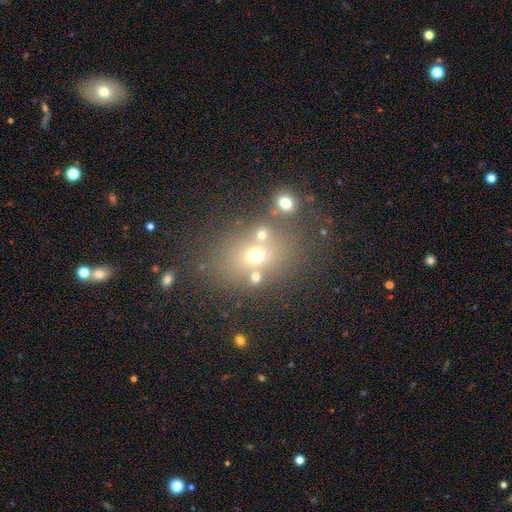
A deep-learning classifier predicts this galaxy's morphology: smooth 57%, star or artifact 22%, featured or disk 21%. Down the decision tree: how rounded — in between (55%); merging — none (62%).